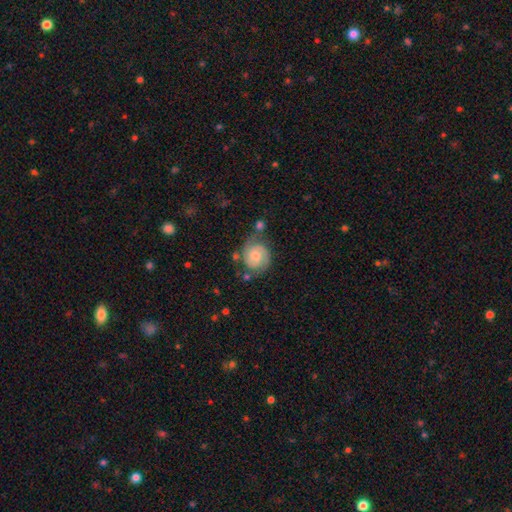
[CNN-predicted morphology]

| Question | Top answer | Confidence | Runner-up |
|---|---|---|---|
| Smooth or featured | featured or disk | 75% | smooth (18%) |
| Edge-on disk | no | 98% | yes (2%) |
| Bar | no | 67% | weak (28%) |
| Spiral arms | yes | 95% | no (5%) |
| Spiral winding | tight | 55% | medium (36%) |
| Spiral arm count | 2 | 86% | can't tell (6%) |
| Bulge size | moderate | 52% | small (37%) |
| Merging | none | 67% | minor disturbance (19%) |